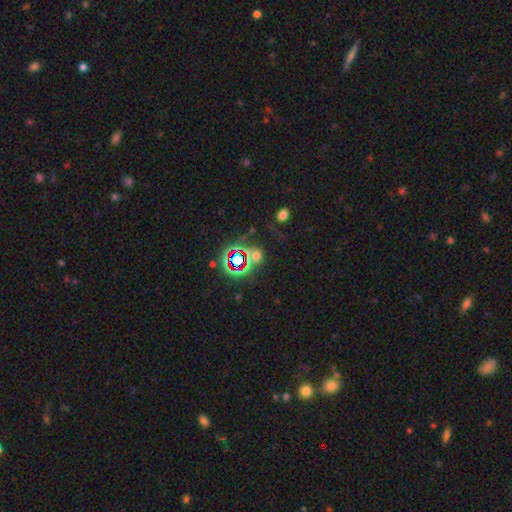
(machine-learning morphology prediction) Q: Smooth or featured?
A: star or artifact (56%); runner-up: smooth (32%)